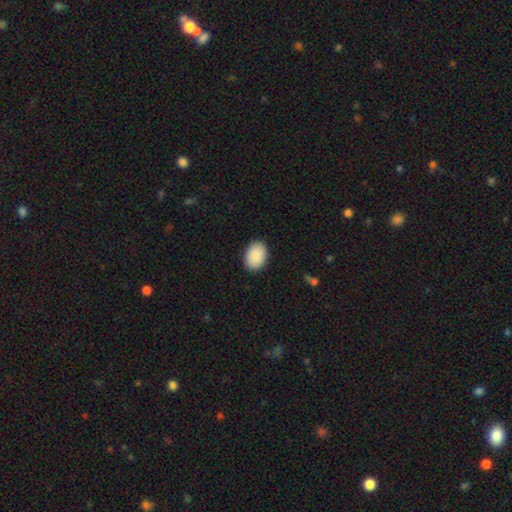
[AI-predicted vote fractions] smooth_or_featured: smooth (p=0.91) [alt: star or artifact p=0.06]
how_rounded: in between (p=0.79) [alt: round p=0.20]
merging: none (p=0.89) [alt: minor disturbance p=0.08]